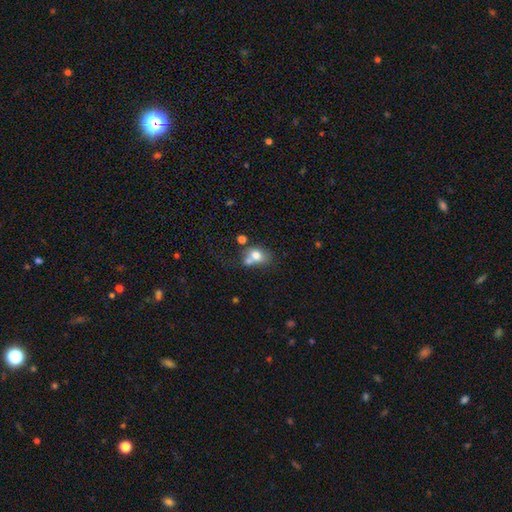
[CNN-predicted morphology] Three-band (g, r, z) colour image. It shows a smooth galaxy with no disk features (72%) that is in between round and cigar-shaped (61%). Merging: merger (47%).